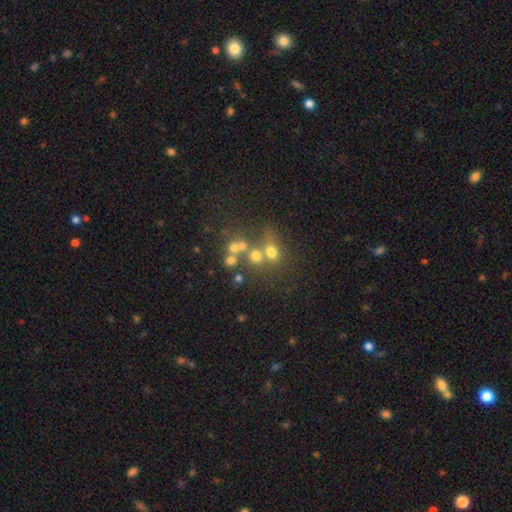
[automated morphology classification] This appears to be a smooth galaxy with no disk features (58%) that is round (70%). Merging: none (43%).